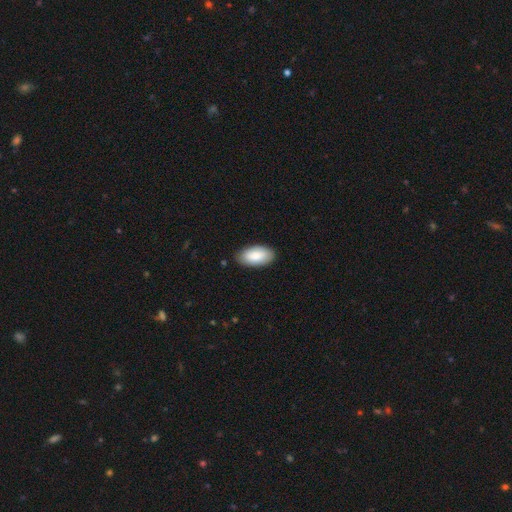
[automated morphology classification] The model was most divided on "merging": none: 85%, minor disturbance: 12%, major disturbance: 2%, merger: 1%. More confident: how rounded — in between (96%); smooth or featured — smooth (85%).